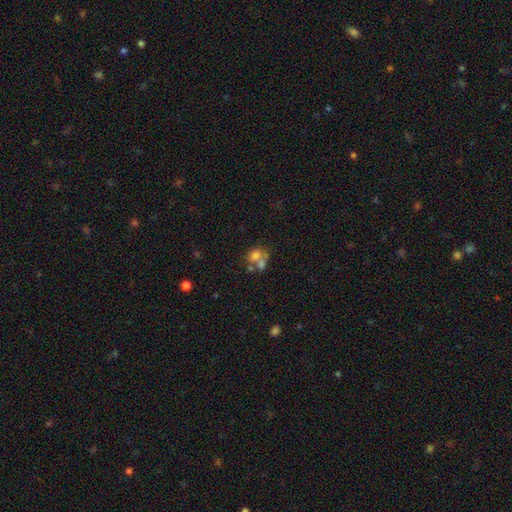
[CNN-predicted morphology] smooth-or-featured: smooth: 63% | featured or disk: 23% | star or artifact: 14%
  how-rounded: round: 54% | in between: 44% | cigar-shaped: 1%
  merging: merger: 54% | none: 29% | minor disturbance: 10% | major disturbance: 8%